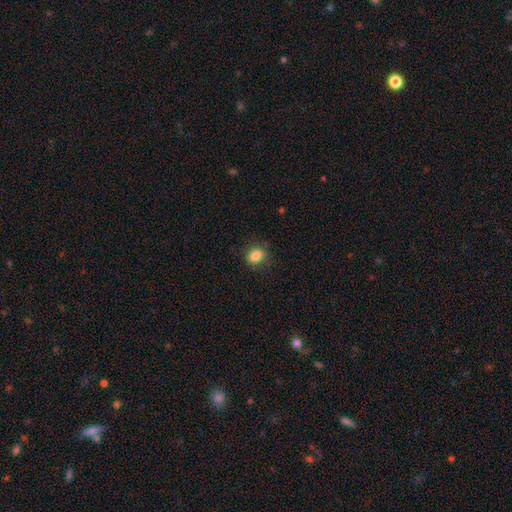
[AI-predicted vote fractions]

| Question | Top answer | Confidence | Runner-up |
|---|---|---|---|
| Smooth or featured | smooth | 84% | star or artifact (10%) |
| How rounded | in between | 59% | round (40%) |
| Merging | none | 81% | minor disturbance (14%) |